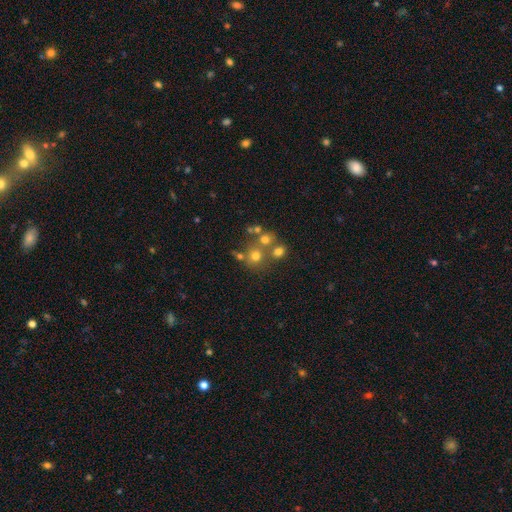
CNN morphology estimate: Smooth or featured? Predicted: smooth (p=0.58). How rounded? Predicted: round (p=0.85). Merging? Predicted: none (p=0.53).